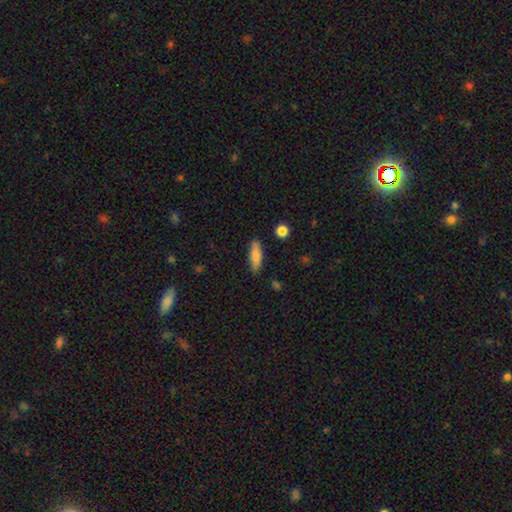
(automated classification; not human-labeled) A smooth galaxy with no disk features (81%) that is cigar-shaped (54%).

Vote fractions:
- Smooth or featured? smooth: 81% / featured or disk: 12% / star or artifact: 7%
- How rounded? cigar-shaped: 54% / in between: 44% / round: 2%
- Merging? none: 83% / minor disturbance: 12% / major disturbance: 3% / merger: 2%